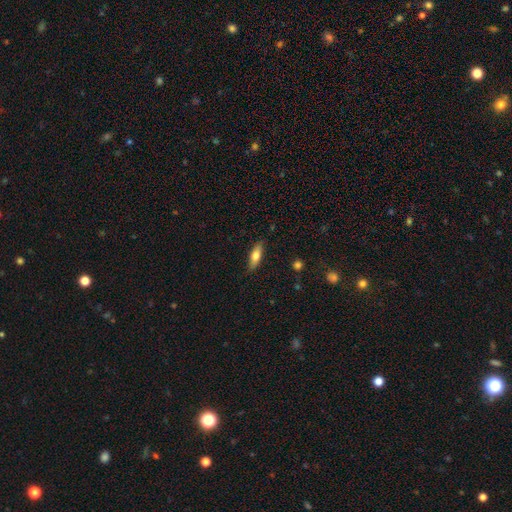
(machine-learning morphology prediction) Overall: smooth (68%). How rounded: in between (50%; cigar-shaped 47%). Merging: none (86%).